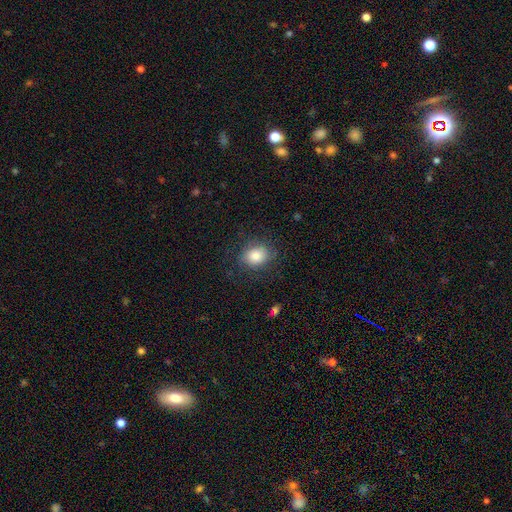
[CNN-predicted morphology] This appears to be a smooth galaxy with no disk features (75%) that is round (52%). Merging: none (77%).